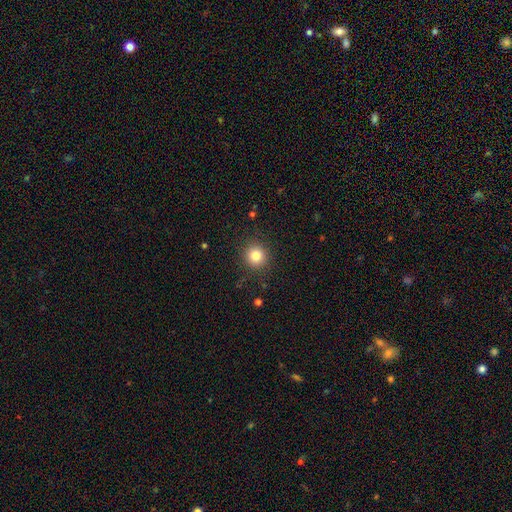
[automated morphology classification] Smooth or featured: smooth — 82% (star or artifact — 12%)
How rounded: round — 93% (in between — 6%)
Merging: none — 90% (minor disturbance — 7%)